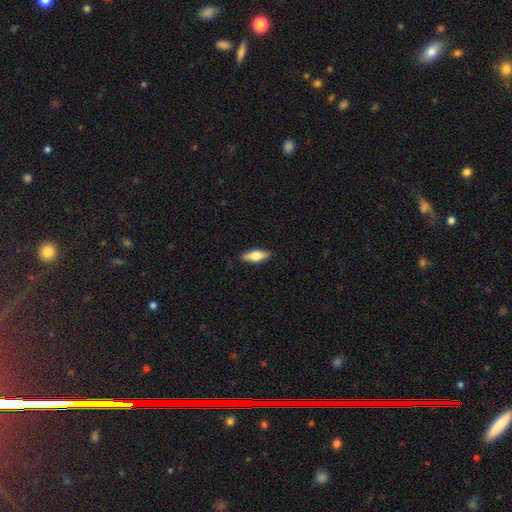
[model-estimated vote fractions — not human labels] smooth-or-featured: smooth: 63% | featured or disk: 31% | star or artifact: 6%
  how-rounded: in between: 62% | cigar-shaped: 35% | round: 3%
  merging: none: 89% | minor disturbance: 9% | major disturbance: 2% | merger: 1%